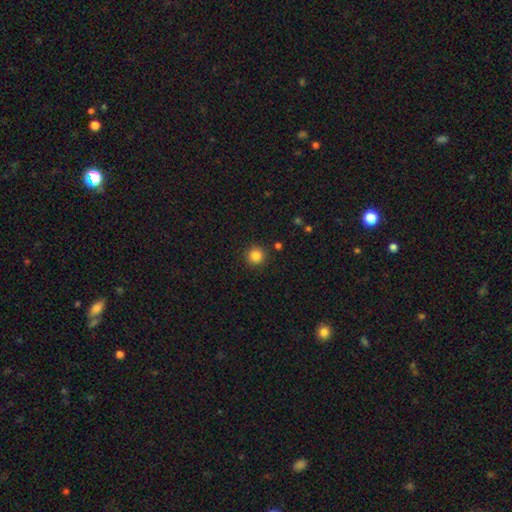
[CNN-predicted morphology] smooth 84%, star or artifact 12%, featured or disk 4%. Down the decision tree: how rounded — round (95%); merging — none (90%).